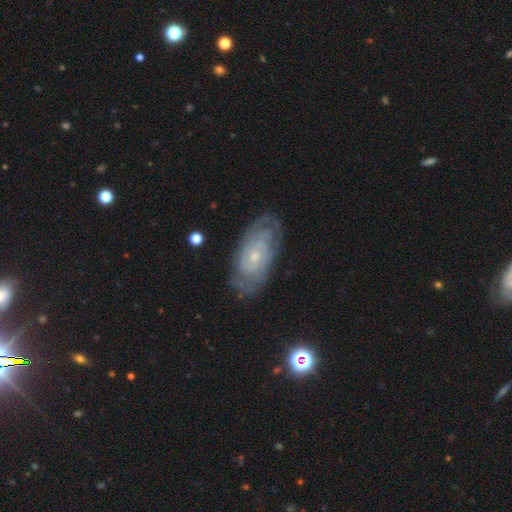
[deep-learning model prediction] Q: Smooth or featured?
A: featured or disk (71%); runner-up: smooth (17%)
Q: Edge-on disk?
A: no (91%); runner-up: yes (9%)
Q: Bar?
A: no (76%); runner-up: weak (19%)
Q: Spiral arms?
A: yes (90%); runner-up: no (10%)
Q: Spiral winding?
A: tight (75%); runner-up: medium (20%)
Q: Spiral arm count?
A: can't tell (52%); runner-up: 2 (19%)
Q: Bulge size?
A: small (81%); runner-up: moderate (15%)
Q: Merging?
A: none (83%); runner-up: minor disturbance (13%)